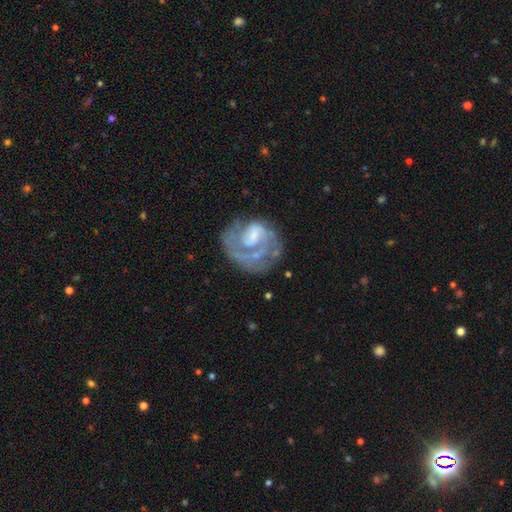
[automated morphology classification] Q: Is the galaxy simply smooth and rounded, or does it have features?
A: featured or disk — 77%.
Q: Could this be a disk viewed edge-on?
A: no — 98%.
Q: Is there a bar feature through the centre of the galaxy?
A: no — 45%.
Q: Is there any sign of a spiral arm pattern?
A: yes — 81%.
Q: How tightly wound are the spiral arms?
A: tight — 50%.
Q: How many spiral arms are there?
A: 1 — 51%.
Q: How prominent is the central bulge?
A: small — 32%.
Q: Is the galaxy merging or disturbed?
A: none — 53%.